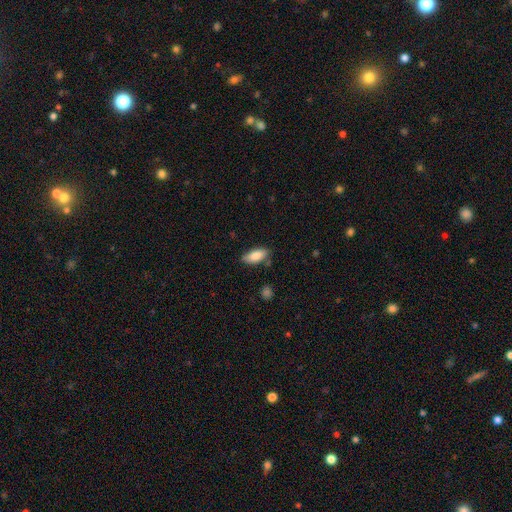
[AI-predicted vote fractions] This appears to be a smooth galaxy with no disk features (85%) that is in between round and cigar-shaped (84%). Merging: none (77%).